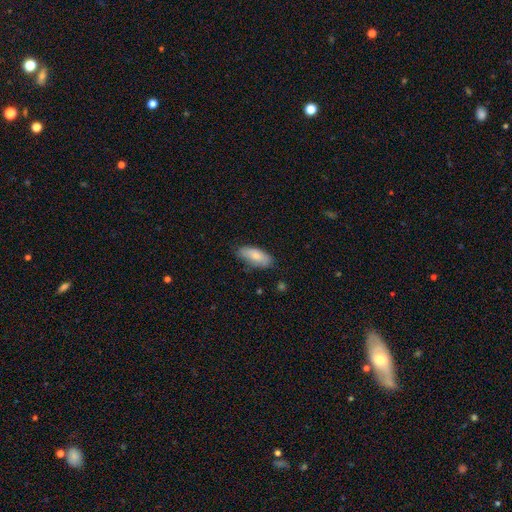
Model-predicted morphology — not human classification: smooth_or_featured: smooth (p=0.77) [alt: featured or disk p=0.17]
how_rounded: in between (p=0.84) [alt: cigar-shaped p=0.14]
merging: none (p=0.75) [alt: minor disturbance p=0.21]